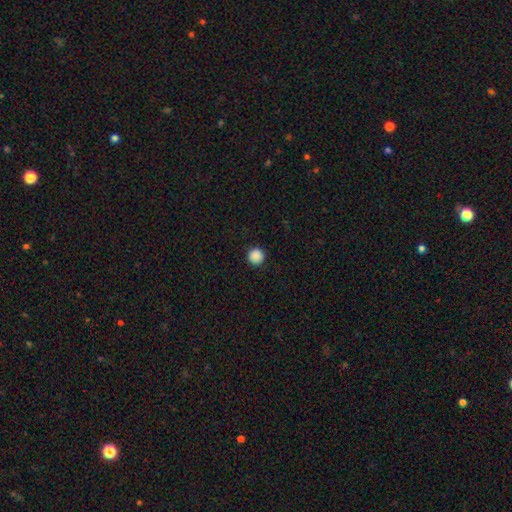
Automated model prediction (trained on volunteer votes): This appears to be a smooth galaxy with no disk features (88%) that is round (96%). Merging: none (93%).